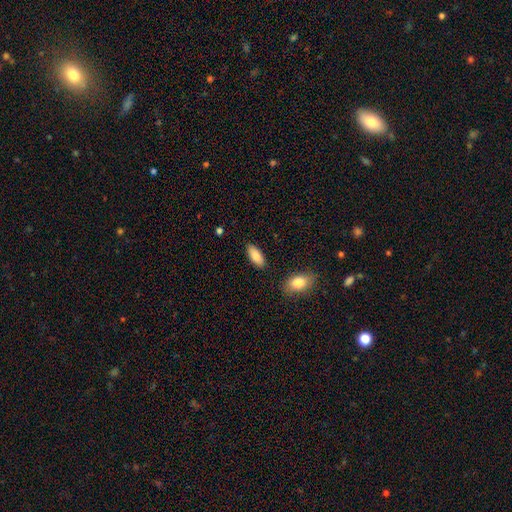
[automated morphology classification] Smooth or featured?
  - smooth: 86% *
  - featured or disk: 8%
  - star or artifact: 6%
How rounded?
  - in between: 83% *
  - cigar-shaped: 16%
  - round: 2%
Merging?
  - none: 87% *
  - minor disturbance: 9%
  - merger: 2%
  - major disturbance: 2%